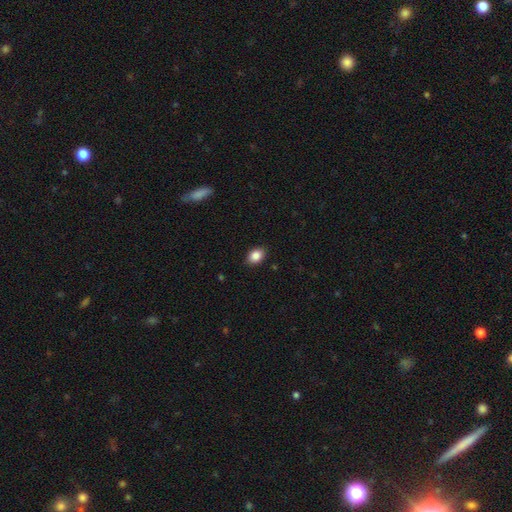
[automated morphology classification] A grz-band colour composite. It shows a smooth galaxy with no disk features (87%) that is in between round and cigar-shaped (76%). Merging: none (88%).